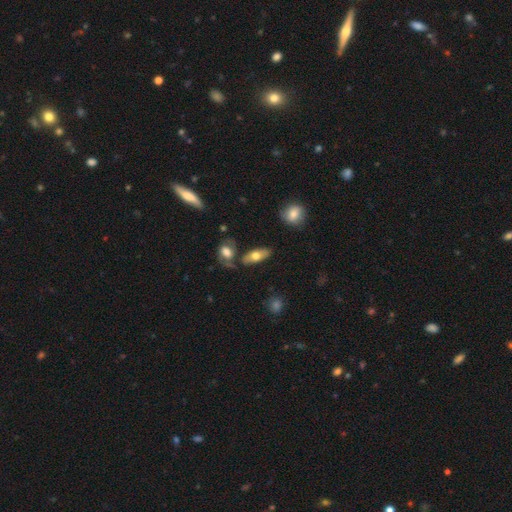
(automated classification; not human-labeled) This appears to be a smooth galaxy with no disk features (66%) that is in between round and cigar-shaped (82%). Merging: none (67%).